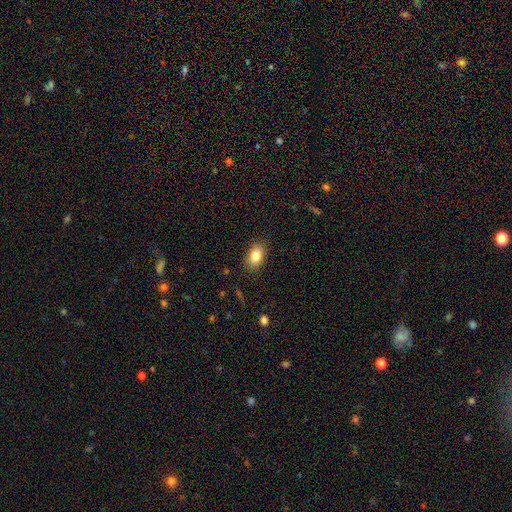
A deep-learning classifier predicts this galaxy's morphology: This is clearly a smooth galaxy (83%). How rounded: clearly in between (85%). Merging: clearly none (87%).